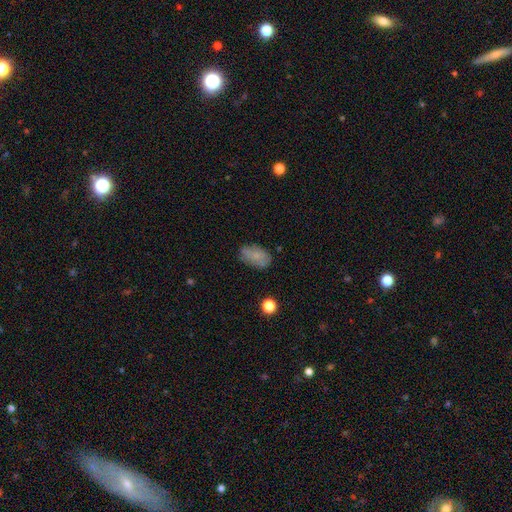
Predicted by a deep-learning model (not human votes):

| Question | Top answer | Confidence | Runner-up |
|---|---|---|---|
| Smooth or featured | smooth | 71% | featured or disk (19%) |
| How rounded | in between | 90% | round (9%) |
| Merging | none | 67% | minor disturbance (23%) |